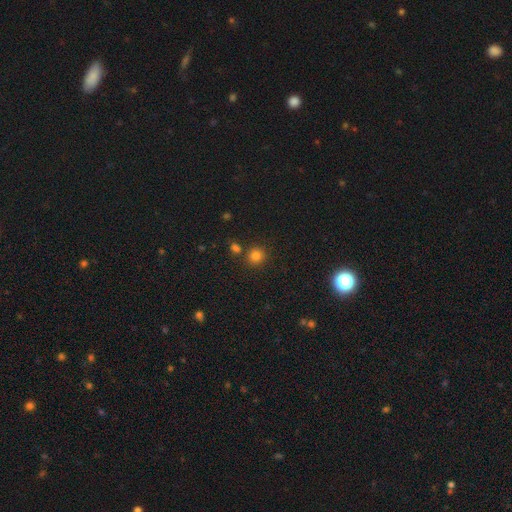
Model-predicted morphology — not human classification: smooth_or_featured: smooth (p=0.80) [alt: star or artifact p=0.15]
how_rounded: round (p=0.90) [alt: in between p=0.10]
merging: none (p=0.80) [alt: merger p=0.10]